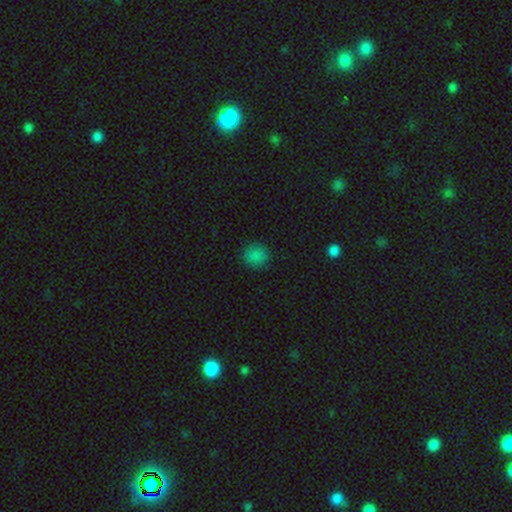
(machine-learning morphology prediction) smooth 84%, star or artifact 13%, featured or disk 3%. Down the decision tree: how rounded — round (91%); merging — none (89%).